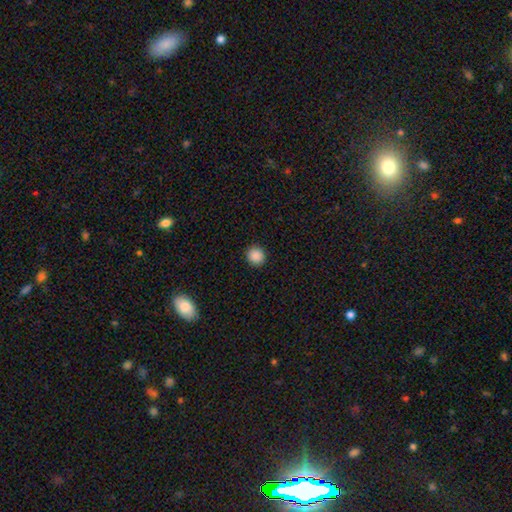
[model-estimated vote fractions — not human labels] smooth_or_featured: smooth (p=0.88) [alt: star or artifact p=0.09]
how_rounded: round (p=0.91) [alt: in between p=0.08]
merging: none (p=0.93) [alt: minor disturbance p=0.05]